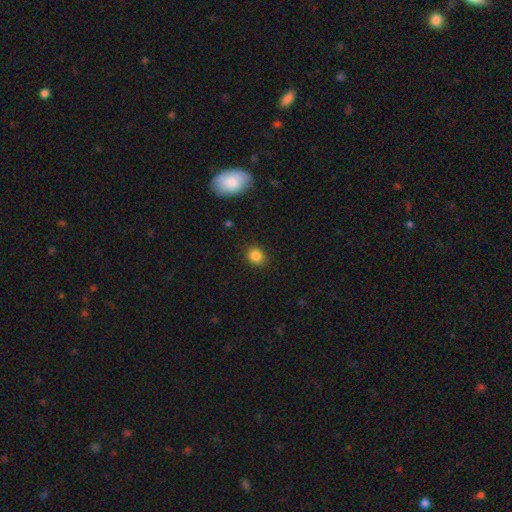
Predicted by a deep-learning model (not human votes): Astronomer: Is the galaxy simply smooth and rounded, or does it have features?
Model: smooth — 84%.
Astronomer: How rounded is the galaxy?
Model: round — 67%.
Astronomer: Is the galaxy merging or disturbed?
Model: none — 87%.